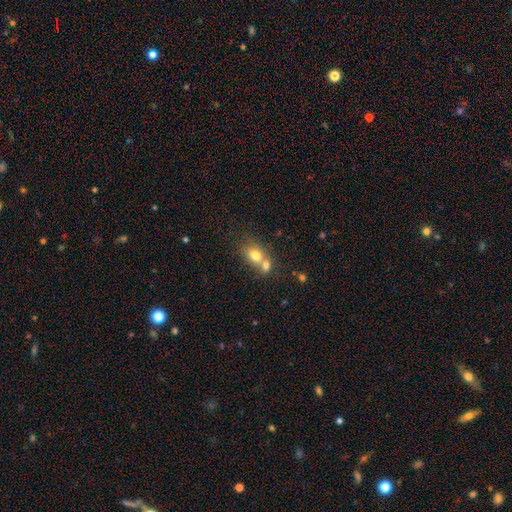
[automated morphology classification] Smooth or featured? smooth (74%)
How rounded? in between (61%)
Merging? merger (60%)